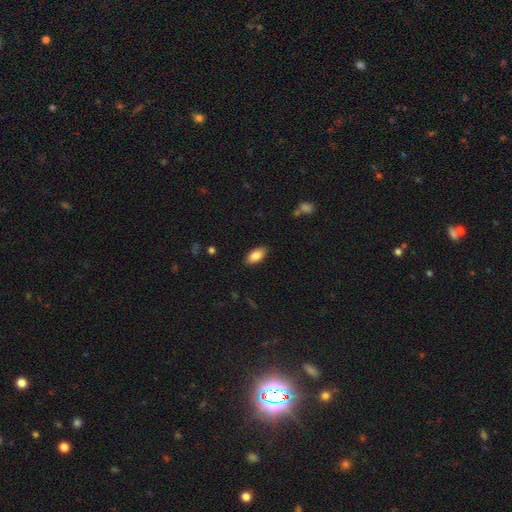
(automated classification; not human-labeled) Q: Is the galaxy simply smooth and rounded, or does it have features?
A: smooth — 85%.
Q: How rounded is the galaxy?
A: in between — 92%.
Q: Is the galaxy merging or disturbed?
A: none — 87%.